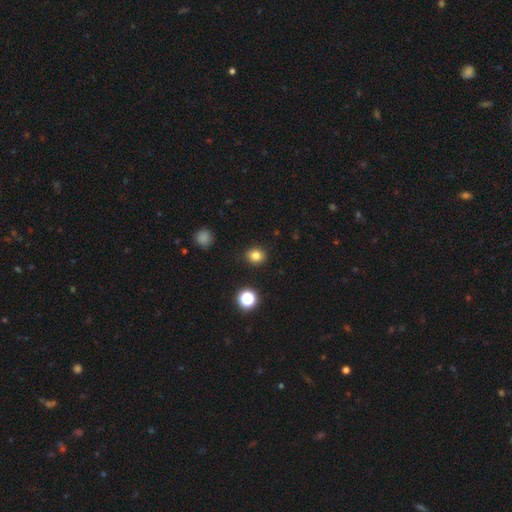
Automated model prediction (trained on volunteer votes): A smooth galaxy with no disk features (81%) that is round (75%). Merging: none (89%).